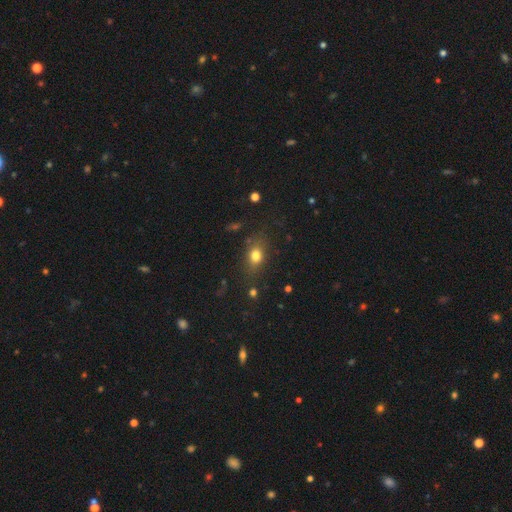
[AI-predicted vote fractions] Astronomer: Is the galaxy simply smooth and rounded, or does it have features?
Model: smooth — 76%.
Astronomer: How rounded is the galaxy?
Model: in between — 61%.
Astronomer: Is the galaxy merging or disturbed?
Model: none — 74%.